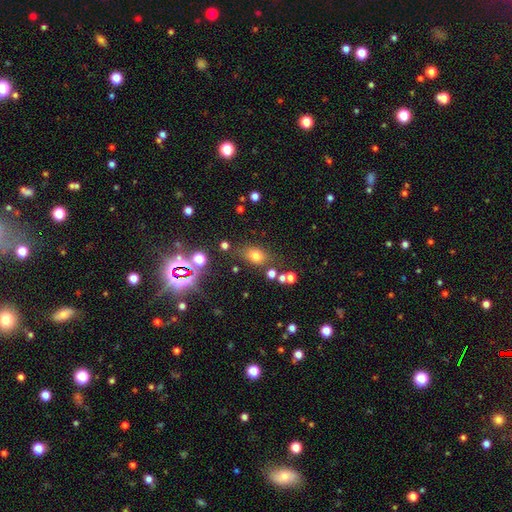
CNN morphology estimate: Smooth or featured? Predicted: smooth (p=0.71). How rounded? Predicted: in between (p=0.62). Merging? Predicted: none (p=0.71).